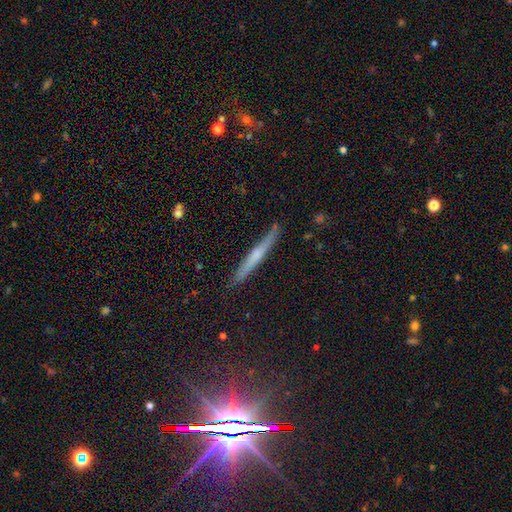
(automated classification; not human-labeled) Smooth or featured?
  - featured or disk: 51% *
  - smooth: 39%
  - star or artifact: 9%
Edge-on disk?
  - yes: 96% *
  - no: 4%
Merging?
  - none: 88% *
  - minor disturbance: 9%
  - major disturbance: 2%
  - merger: 1%